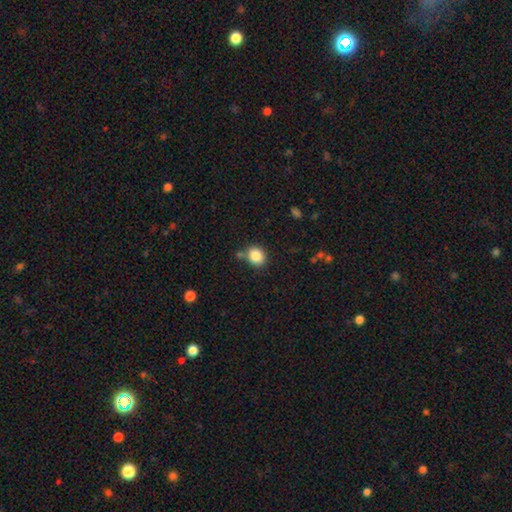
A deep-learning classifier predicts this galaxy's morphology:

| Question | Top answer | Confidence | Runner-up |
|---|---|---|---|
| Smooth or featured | smooth | 85% | star or artifact (9%) |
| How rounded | round | 68% | in between (31%) |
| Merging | none | 74% | minor disturbance (13%) |